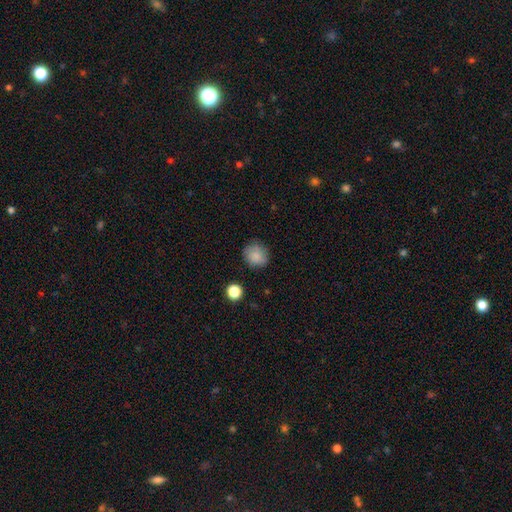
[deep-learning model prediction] Smooth or featured? Predicted: smooth (p=0.85). How rounded? Predicted: round (p=0.86). Merging? Predicted: none (p=0.81).